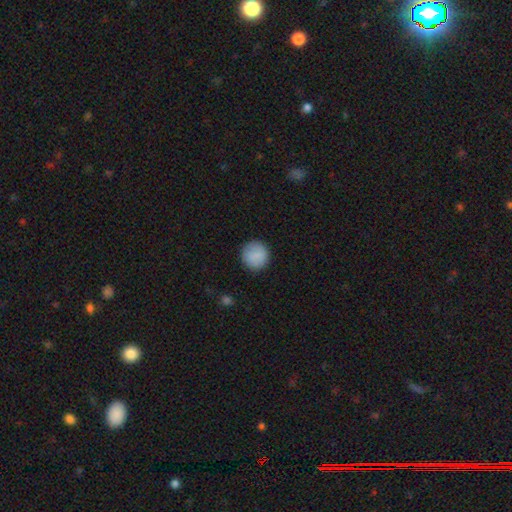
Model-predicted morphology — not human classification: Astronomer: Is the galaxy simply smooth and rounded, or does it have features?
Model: smooth — 87%.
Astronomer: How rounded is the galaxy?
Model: round — 93%.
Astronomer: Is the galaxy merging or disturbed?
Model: none — 89%.